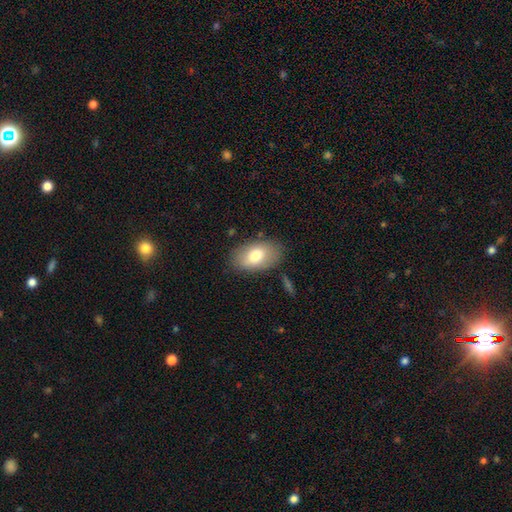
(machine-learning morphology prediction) A smooth galaxy with no disk features (74%) that is in between round and cigar-shaped (91%). Merging: none (79%).